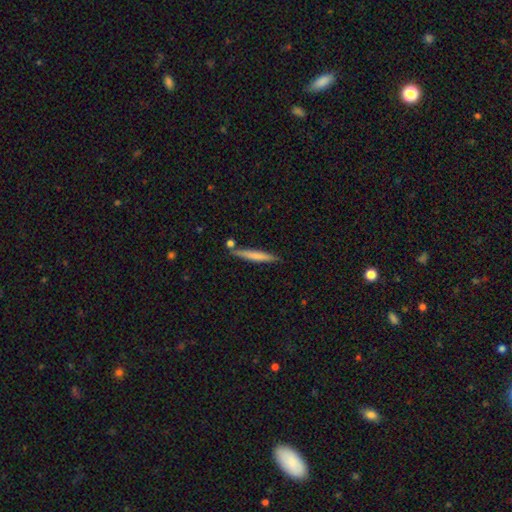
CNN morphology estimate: This appears to be a smooth galaxy with no disk features (65%) that is cigar-shaped (95%). Merging: none (80%).